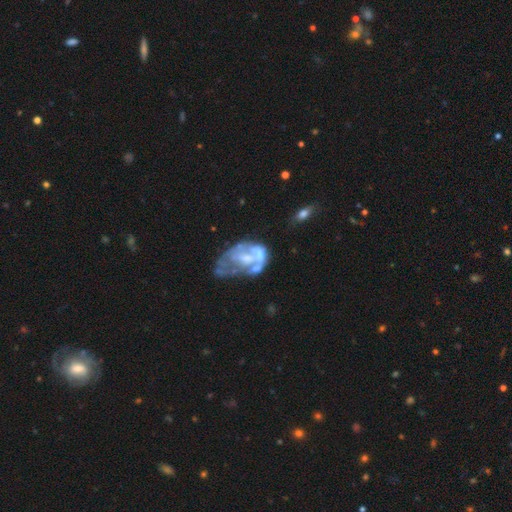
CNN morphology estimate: Smooth or featured?
  - featured or disk: 69% *
  - smooth: 23%
  - star or artifact: 9%
Edge-on disk?
  - no: 98% *
  - yes: 2%
Bar?
  - no: 78% *
  - weak: 17%
  - strong: 5%
Spiral arms?
  - no: 76% *
  - yes: 24%
Bulge size?
  - none: 38% *
  - moderate: 31%
  - small: 23%
  - large: 6%
  - dominant: 2%
Merging?
  - major disturbance: 33% *
  - none: 26%
  - minor disturbance: 21%
  - merger: 20%